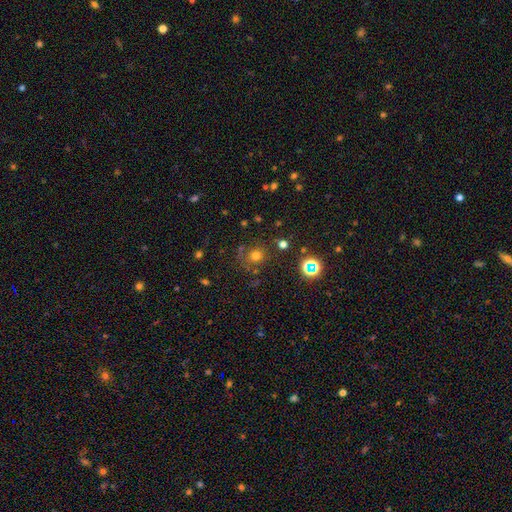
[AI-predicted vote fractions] Smooth or featured: smooth — 66% (star or artifact — 24%)
How rounded: round — 86% (in between — 13%)
Merging: none — 73% (minor disturbance — 14%)